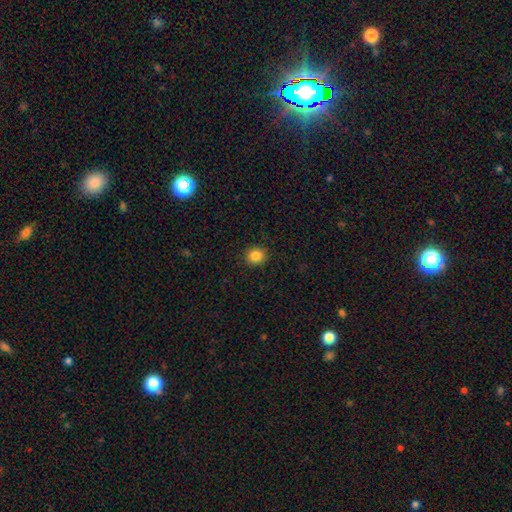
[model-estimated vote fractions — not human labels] A smooth galaxy with no disk features (85%) that is round (86%).

Vote fractions:
- Smooth or featured? smooth: 85% / star or artifact: 11% / featured or disk: 5%
- How rounded? round: 86% / in between: 13% / cigar-shaped: 1%
- Merging? none: 91% / minor disturbance: 6% / major disturbance: 2% / merger: 1%